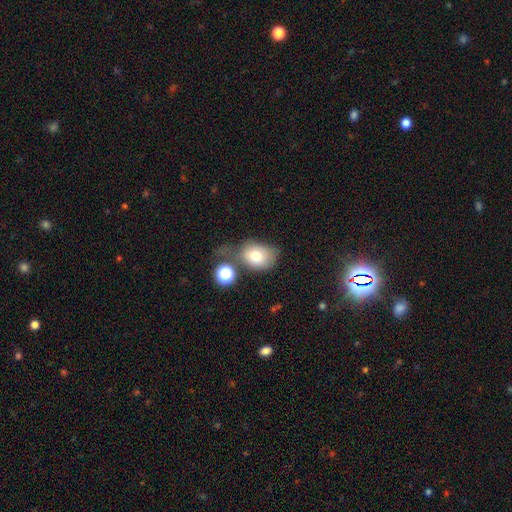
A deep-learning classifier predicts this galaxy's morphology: A smooth galaxy with no disk features (74%) that is in between round and cigar-shaped (59%). Merging: none (43%).